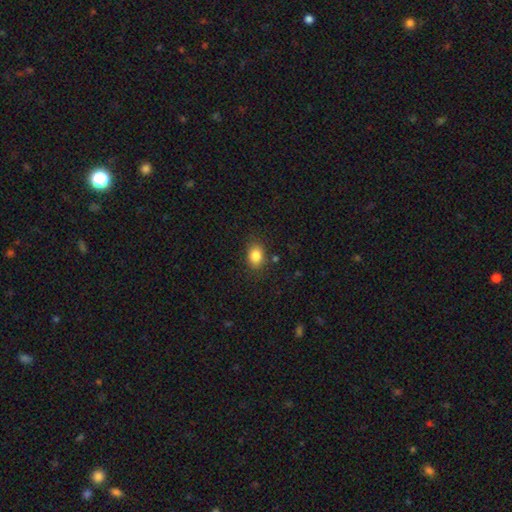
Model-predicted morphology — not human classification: A smooth galaxy with no disk features (84%) that is in between round and cigar-shaped (66%). Merging: none (83%).